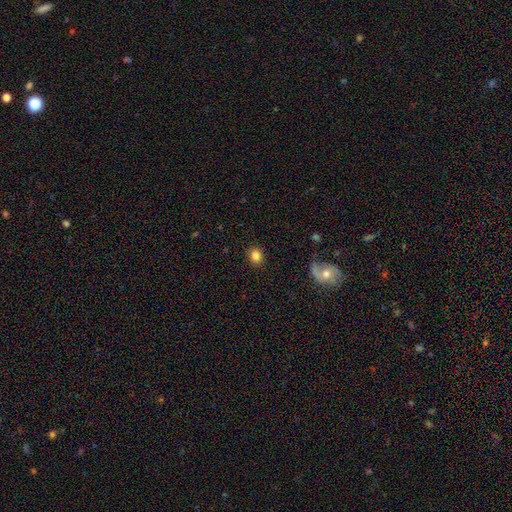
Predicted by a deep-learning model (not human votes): Smooth or featured? Predicted: smooth (p=0.83). How rounded? Predicted: round (p=0.70). Merging? Predicted: none (p=0.89).